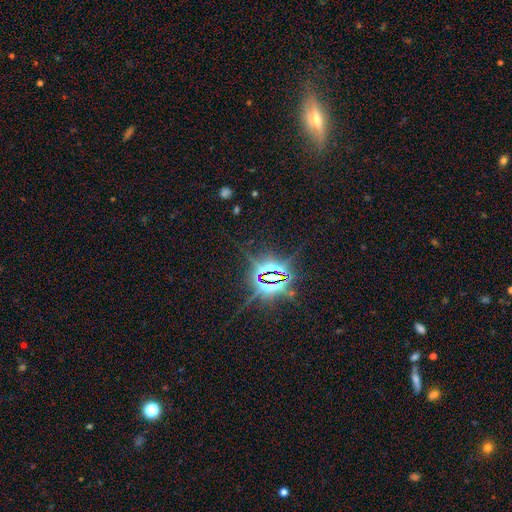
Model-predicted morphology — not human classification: Smooth or featured? star or artifact (75%)